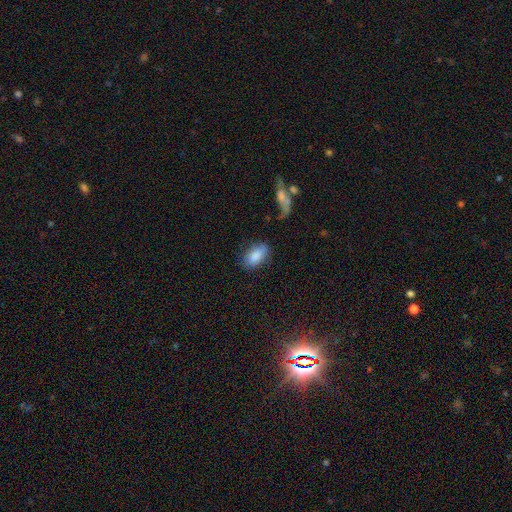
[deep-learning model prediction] Morphology: type=smooth (84%); roundness=in between (91%); merging=none (74%).